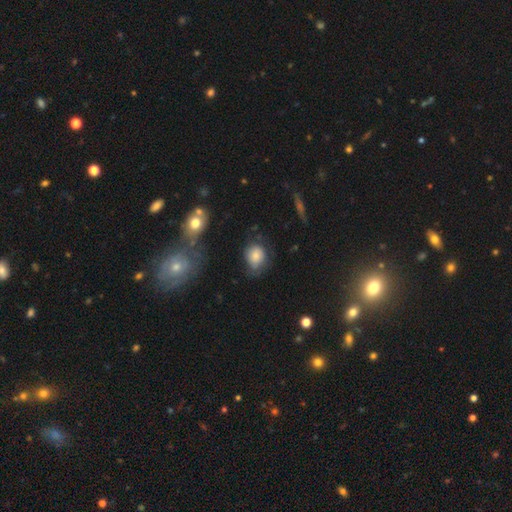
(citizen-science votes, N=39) This is clearly a smooth galaxy (92%). How rounded: possibly round (56%). Merging: marginally minor disturbance (43%).